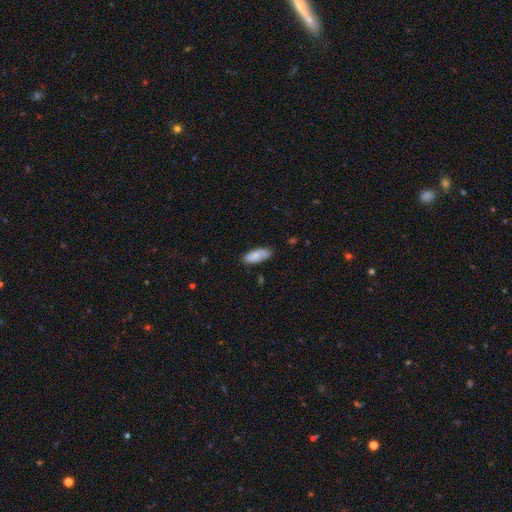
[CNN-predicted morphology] Smooth or featured: smooth — 77% (featured or disk — 16%)
How rounded: in between — 82% (cigar-shaped — 16%)
Merging: none — 73% (minor disturbance — 21%)